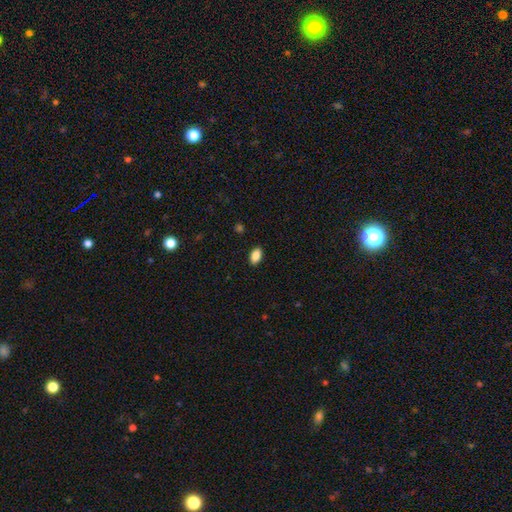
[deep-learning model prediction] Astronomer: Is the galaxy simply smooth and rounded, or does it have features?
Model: smooth — 87%.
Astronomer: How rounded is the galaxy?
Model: in between — 92%.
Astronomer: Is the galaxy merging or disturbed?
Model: none — 89%.